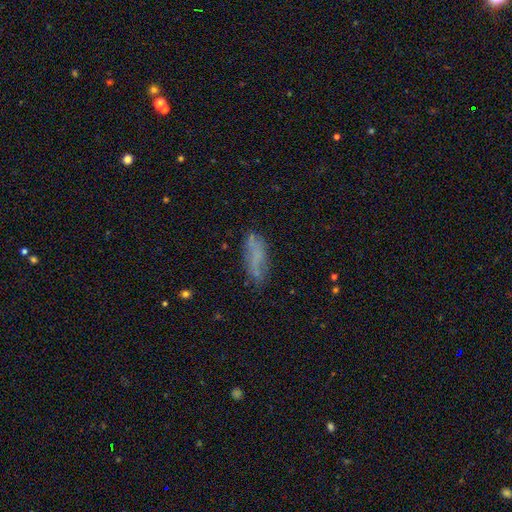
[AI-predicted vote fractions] Smooth or featured: smooth — 55% (featured or disk — 31%)
How rounded: in between — 59% (cigar-shaped — 38%)
Merging: none — 63% (minor disturbance — 22%)